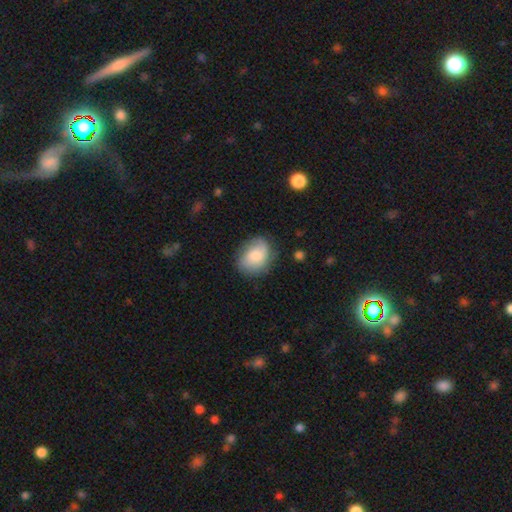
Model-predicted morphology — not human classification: A smooth galaxy with no disk features (66%) that is in between round and cigar-shaped (57%). Merging: none (72%).